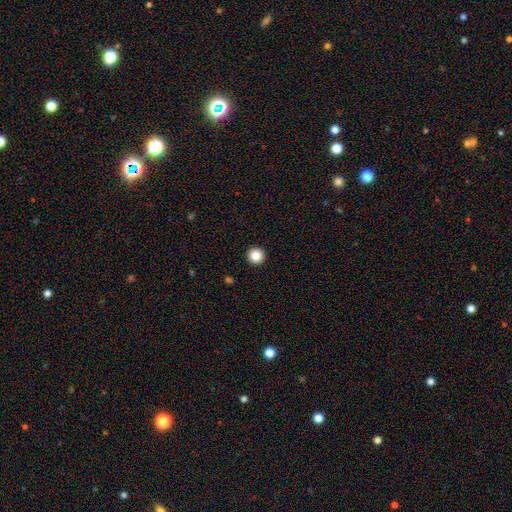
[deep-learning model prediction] A smooth galaxy with no disk features (86%) that is round (96%). Merging: none (94%).